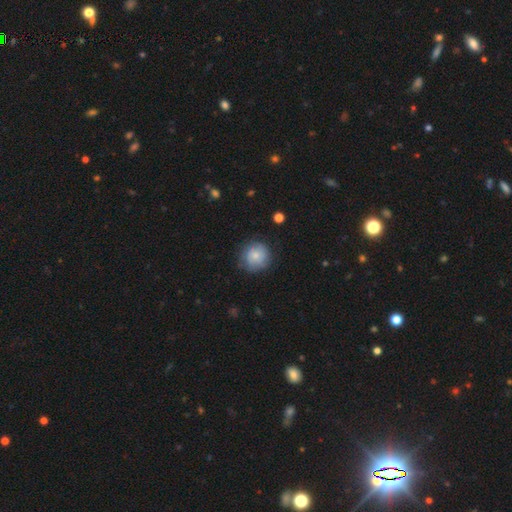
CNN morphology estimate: The model was most divided on "smooth or featured": smooth: 70%, featured or disk: 22%, star or artifact: 8%. More confident: how rounded — round (92%); merging — none (78%).